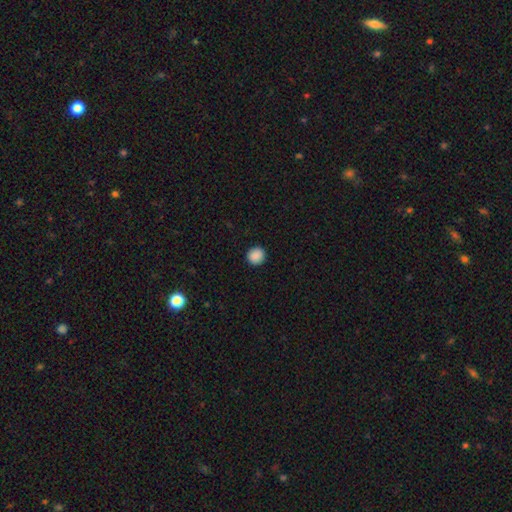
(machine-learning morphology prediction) The model was most divided on "smooth or featured": smooth: 89%, star or artifact: 9%, featured or disk: 2%. More confident: how rounded — round (93%); merging — none (92%).